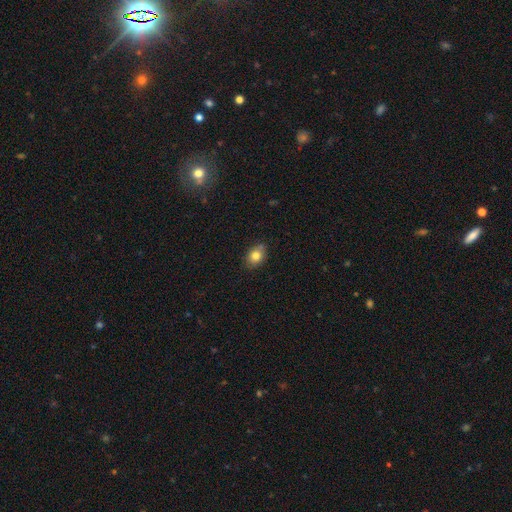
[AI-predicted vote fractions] This is clearly a smooth galaxy (81%). How rounded: likely in between (62%). Merging: likely none (78%).